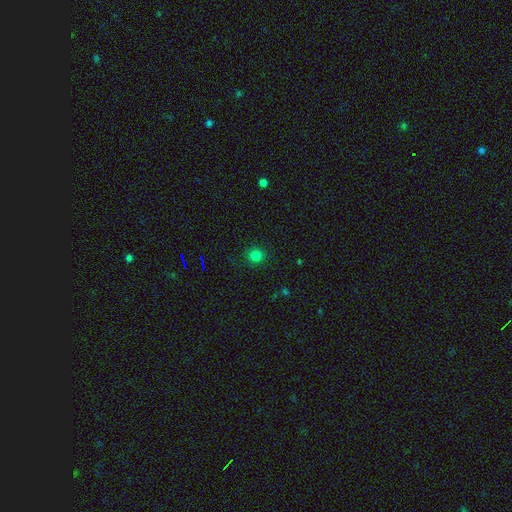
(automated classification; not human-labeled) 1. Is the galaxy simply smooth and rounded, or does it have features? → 79% smooth, 17% star or artifact, 4% featured or disk.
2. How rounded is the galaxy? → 87% round, 12% in between, 1% cigar-shaped.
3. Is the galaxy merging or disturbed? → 89% none, 7% minor disturbance, 3% major disturbance, 1% merger.